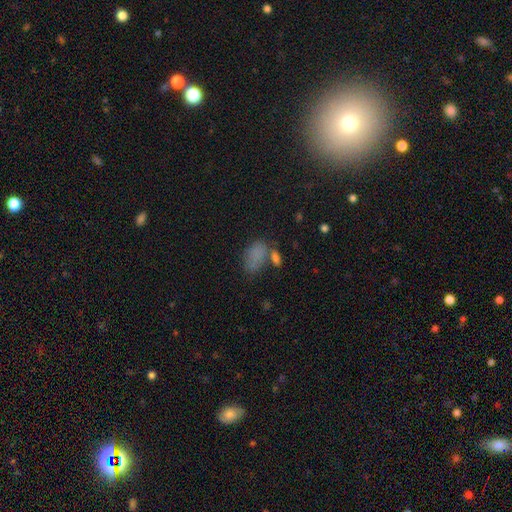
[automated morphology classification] smooth 77%, star or artifact 13%, featured or disk 9%. Down the decision tree: how rounded — in between (89%); merging — none (43%).